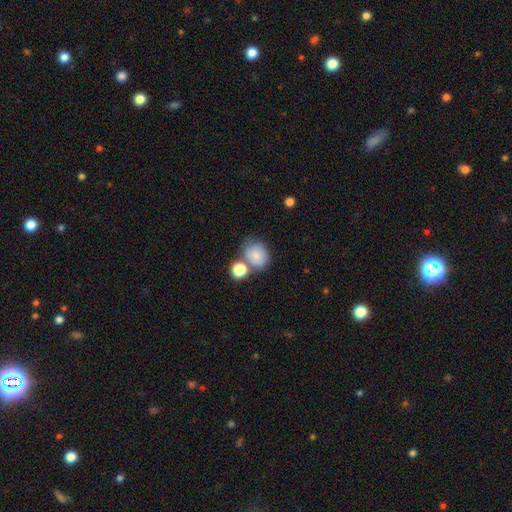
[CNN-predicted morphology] Smooth or featured? Predicted: smooth (p=0.78). How rounded? Predicted: round (p=0.57). Merging? Predicted: none (p=0.47).